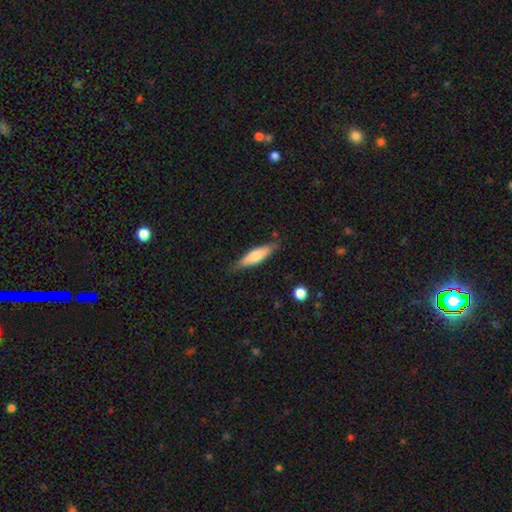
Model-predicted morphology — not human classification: Smooth or featured?
  - smooth: 64% *
  - featured or disk: 30%
  - star or artifact: 6%
How rounded?
  - cigar-shaped: 63% *
  - in between: 35%
  - round: 2%
Merging?
  - none: 79% *
  - minor disturbance: 16%
  - major disturbance: 3%
  - merger: 2%